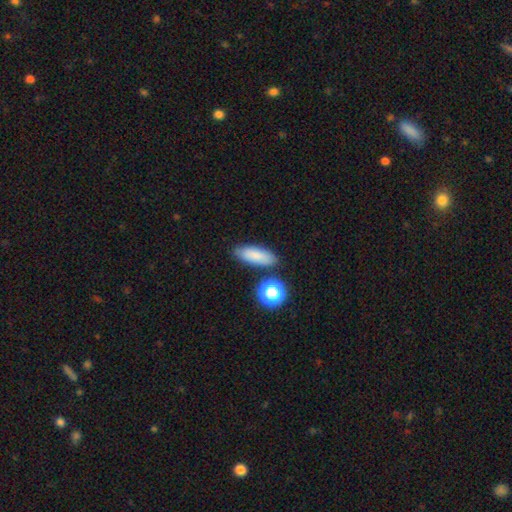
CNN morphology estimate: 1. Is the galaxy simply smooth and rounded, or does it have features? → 82% smooth, 9% star or artifact, 9% featured or disk.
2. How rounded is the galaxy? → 67% in between, 28% cigar-shaped, 5% round.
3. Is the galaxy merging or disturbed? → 80% none, 11% minor disturbance, 5% merger, 3% major disturbance.